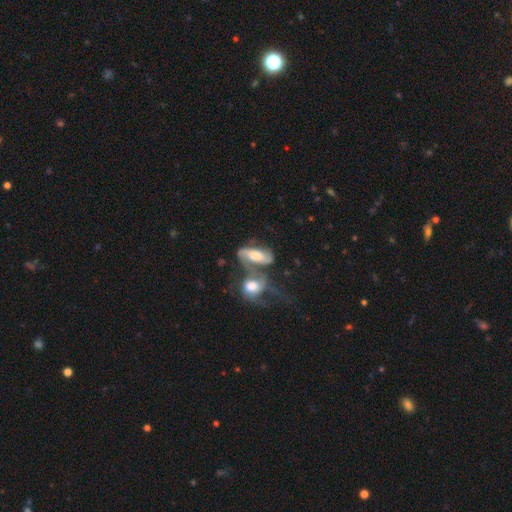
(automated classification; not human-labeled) Q: Smooth or featured?
A: featured or disk (55%); runner-up: smooth (37%)
Q: Edge-on disk?
A: no (87%); runner-up: yes (13%)
Q: Merging?
A: merger (60%); runner-up: none (18%)